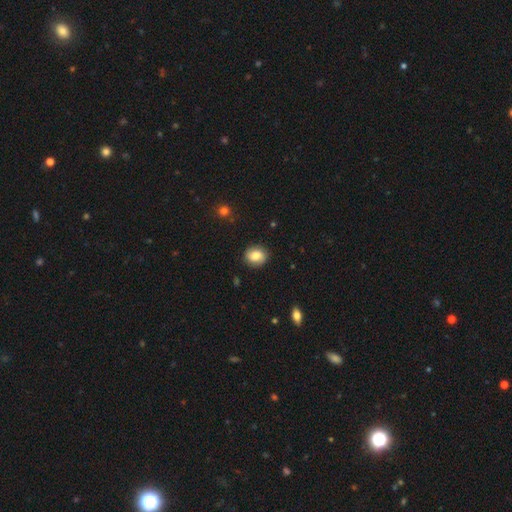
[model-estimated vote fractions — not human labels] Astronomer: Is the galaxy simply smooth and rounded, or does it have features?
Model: smooth — 74%.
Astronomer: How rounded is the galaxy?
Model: round — 65%.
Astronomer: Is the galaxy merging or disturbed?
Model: none — 86%.